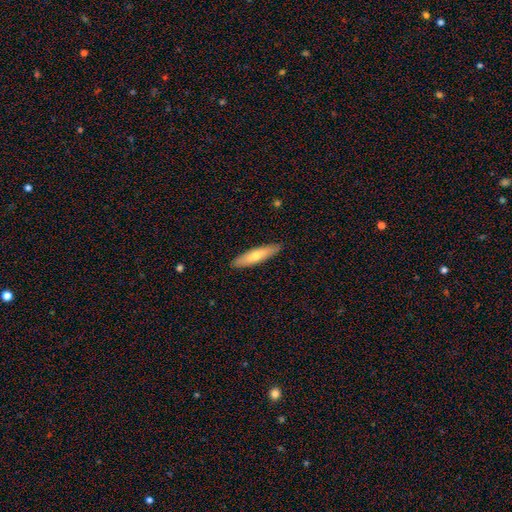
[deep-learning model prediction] smooth-or-featured: smooth: 65% | featured or disk: 29% | star or artifact: 5%
  how-rounded: cigar-shaped: 80% | in between: 18% | round: 1%
  merging: none: 90% | minor disturbance: 8% | major disturbance: 2% | merger: 1%